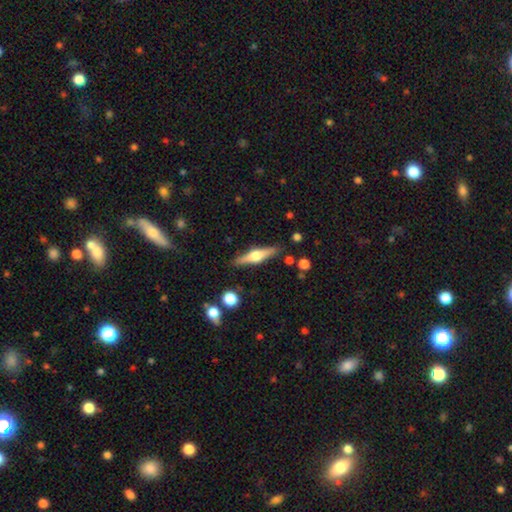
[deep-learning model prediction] smooth-or-featured: featured or disk: 65% | smooth: 29% | star or artifact: 6%
  disk-edge-on: yes: 97% | no: 3%
    edge-on-bulge: rounded: 93% | boxy: 5% | none: 2%
  merging: none: 88% | minor disturbance: 8% | merger: 2% | major disturbance: 2%